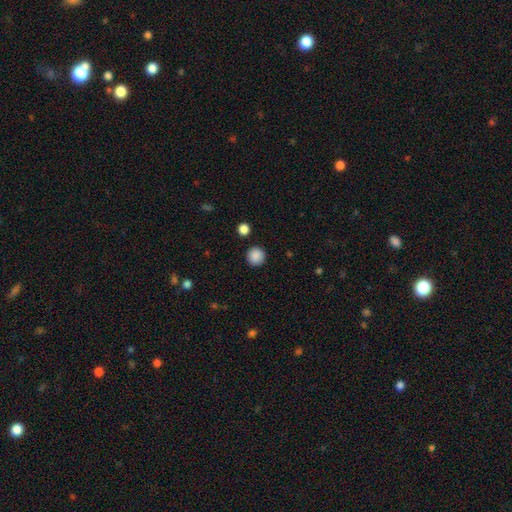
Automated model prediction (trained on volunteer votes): smooth-or-featured: smooth: 88% | star or artifact: 9% | featured or disk: 3%
  how-rounded: round: 95% | in between: 4% | cigar-shaped: 1%
  merging: none: 91% | minor disturbance: 5% | major disturbance: 2% | merger: 2%